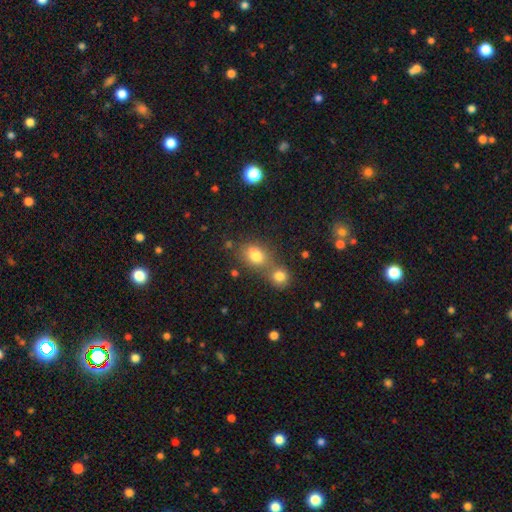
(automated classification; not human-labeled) This appears to be a smooth galaxy with no disk features (79%) that is in between round and cigar-shaped (58%). Merging: none (43%, tied with merger).